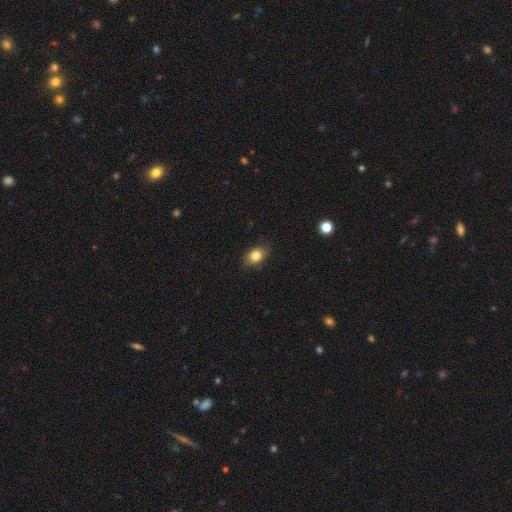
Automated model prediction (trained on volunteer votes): Morphology: type=smooth (83%); roundness=in between (74%); merging=none (84%).